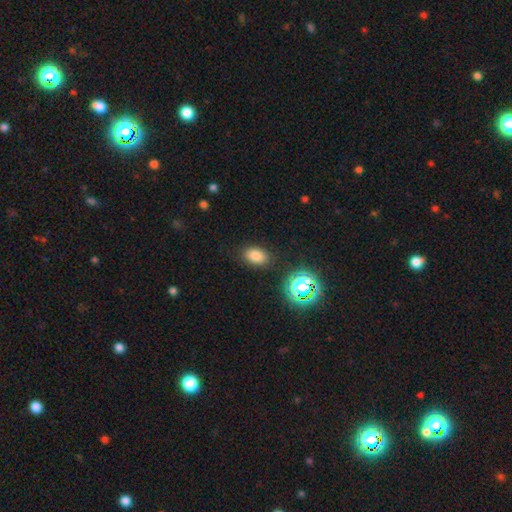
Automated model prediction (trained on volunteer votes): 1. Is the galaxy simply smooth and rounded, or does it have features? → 77% smooth, 17% star or artifact, 7% featured or disk.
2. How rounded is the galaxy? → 85% in between, 14% round, 2% cigar-shaped.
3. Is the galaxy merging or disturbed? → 84% none, 10% minor disturbance, 3% major disturbance, 2% merger.